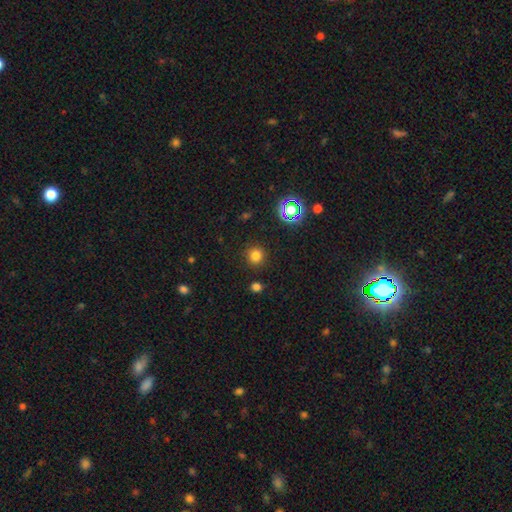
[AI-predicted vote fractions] smooth 77%, star or artifact 18%, featured or disk 5%. Down the decision tree: how rounded — round (91%); merging — none (89%).